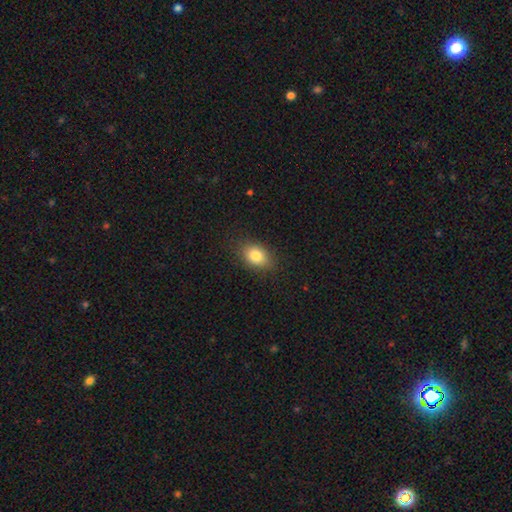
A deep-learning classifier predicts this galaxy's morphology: A smooth galaxy with no disk features (82%) that is in between round and cigar-shaped (78%). Merging: none (85%).